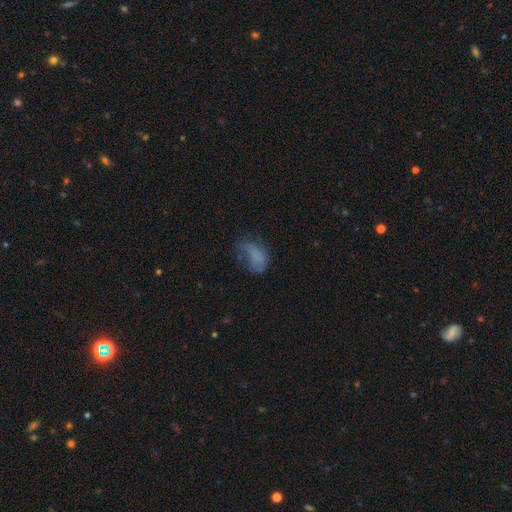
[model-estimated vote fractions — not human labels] Smooth or featured? Predicted: smooth (p=0.53). How rounded? Predicted: in between (p=0.84). Merging? Predicted: major disturbance (p=0.43).